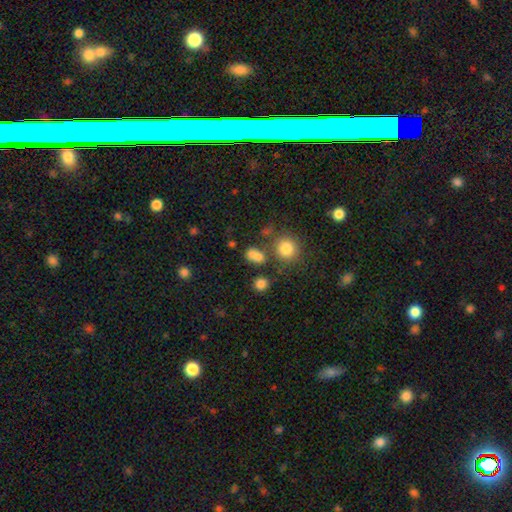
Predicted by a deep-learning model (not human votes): This appears to be a smooth galaxy with no disk features (74%) that is round (60%). Merging: none (52%).